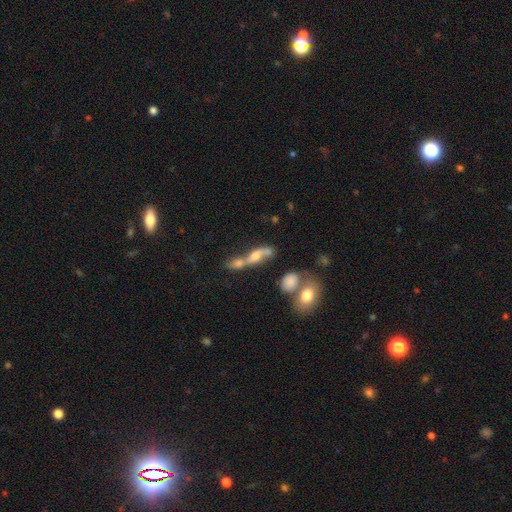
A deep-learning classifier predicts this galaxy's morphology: The model was most divided on "smooth or featured": featured or disk: 49%, smooth: 39%, star or artifact: 13%. More confident: merging — merger (53%).